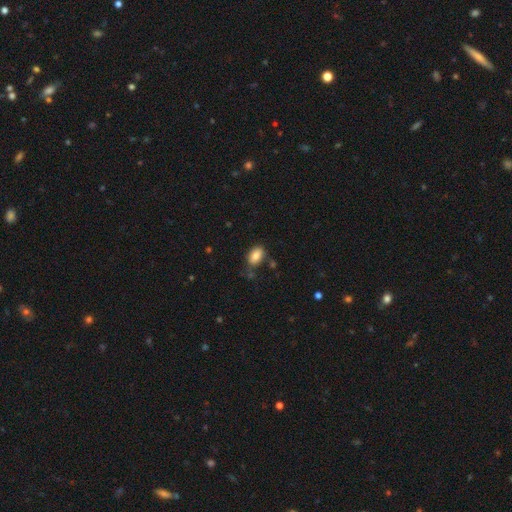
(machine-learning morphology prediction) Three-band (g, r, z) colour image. It shows a smooth galaxy with no disk features (83%) that is in between round and cigar-shaped (88%). Merging: none (71%).